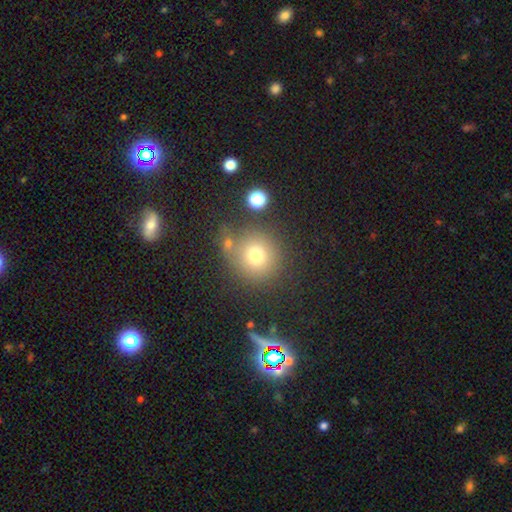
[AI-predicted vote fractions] Smooth or featured? Predicted: smooth (p=0.74). How rounded? Predicted: round (p=0.91). Merging? Predicted: none (p=0.70).